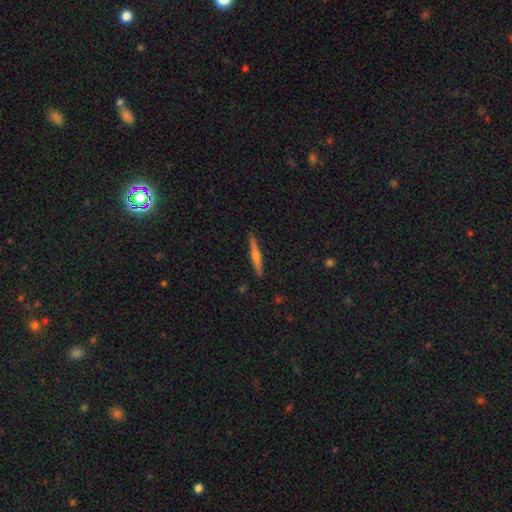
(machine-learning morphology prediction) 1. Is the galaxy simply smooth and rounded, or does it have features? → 57% featured or disk, 37% smooth, 6% star or artifact.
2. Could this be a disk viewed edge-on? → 97% yes, 3% no.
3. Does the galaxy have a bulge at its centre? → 75% rounded, 16% none, 10% boxy.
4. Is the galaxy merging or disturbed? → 90% none, 7% minor disturbance, 1% major disturbance, 1% merger.